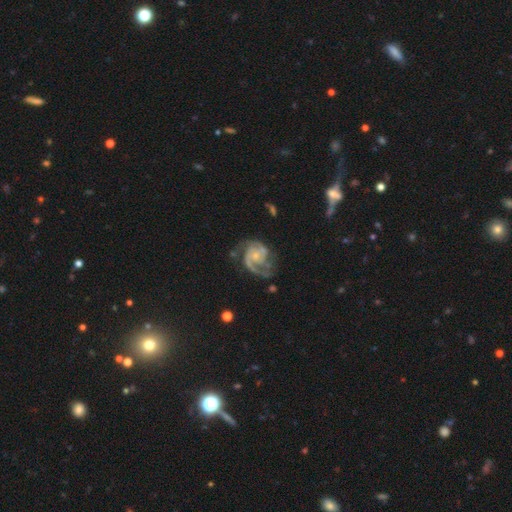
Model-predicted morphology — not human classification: Smooth or featured: featured or disk — 90% (smooth — 6%)
Edge-on disk: no — 98% (yes — 2%)
Bar: no — 69% (weak — 26%)
Spiral arms: yes — 97% (no — 3%)
Spiral winding: medium — 50% (tight — 35%)
Spiral arm count: 2 — 71% (3 — 11%)
Bulge size: small — 66% (moderate — 23%)
Merging: none — 58% (minor disturbance — 21%)